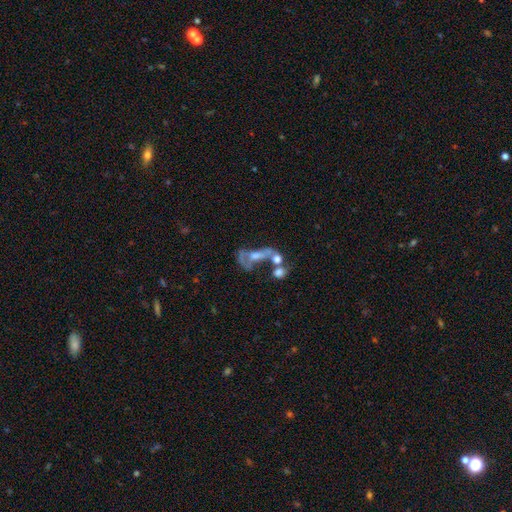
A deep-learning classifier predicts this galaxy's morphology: A featured or disk galaxy (57%) with no bar (73%), no spiral arms (59%) and a moderate central bulge (41%).

Vote fractions:
- Smooth or featured? featured or disk: 57% / smooth: 27% / star or artifact: 16%
- Edge-on disk? no: 92% / yes: 8%
- Bar? no: 73% / weak: 19% / strong: 8%
- Spiral arms? no: 59% / yes: 41%
- Bulge size? moderate: 41% / small: 24% / none: 23% / large: 10% / dominant: 3%
- Merging? merger: 47% / major disturbance: 28% / none: 16% / minor disturbance: 9%